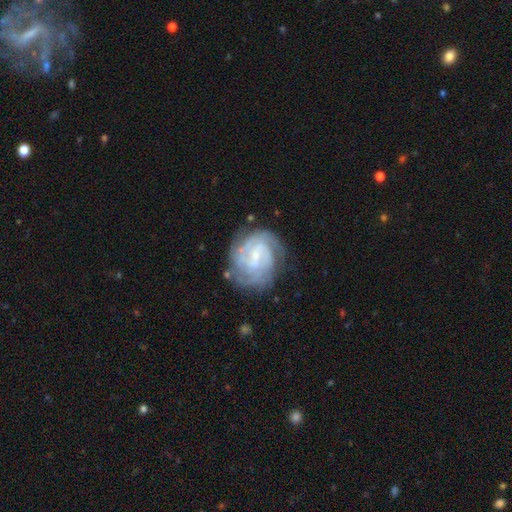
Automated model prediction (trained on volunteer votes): Smooth or featured: featured or disk — 80% (smooth — 13%)
Edge-on disk: no — 98% (yes — 2%)
Bar: weak — 51% (no — 35%)
Spiral arms: yes — 93% (no — 7%)
Spiral winding: tight — 63% (medium — 30%)
Spiral arm count: can't tell — 36% (3 — 22%)
Bulge size: small — 68% (moderate — 19%)
Merging: none — 69% (minor disturbance — 19%)